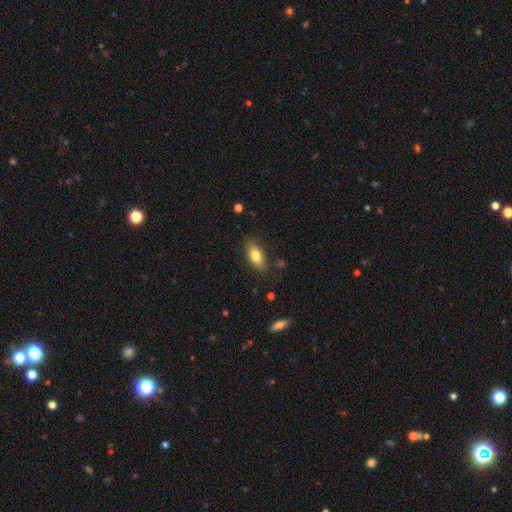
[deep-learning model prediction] A smooth galaxy with no disk features (77%) that is in between round and cigar-shaped (84%).

Vote fractions:
- Smooth or featured? smooth: 77% / featured or disk: 15% / star or artifact: 8%
- How rounded? in between: 84% / cigar-shaped: 11% / round: 4%
- Merging? none: 82% / minor disturbance: 14% / major disturbance: 3% / merger: 2%